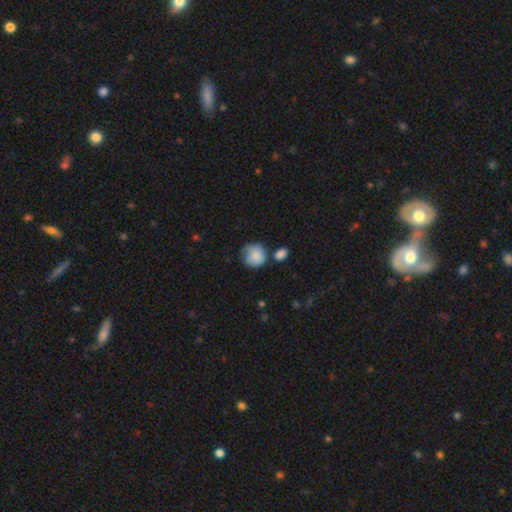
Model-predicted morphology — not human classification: type=smooth (75%); roundness=round (81%); merging=none (45%).